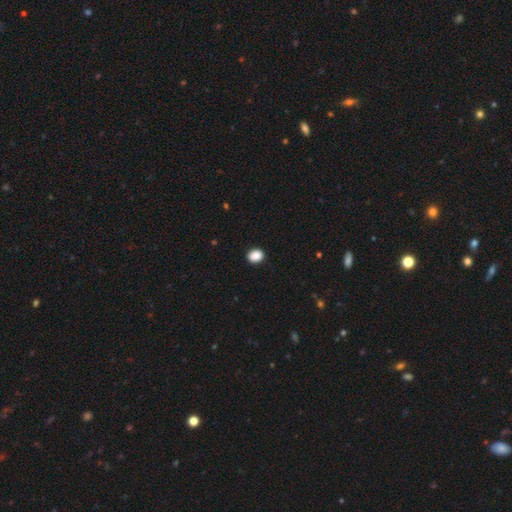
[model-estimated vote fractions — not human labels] Smooth or featured? smooth (88%)
How rounded? round (58%)
Merging? none (91%)